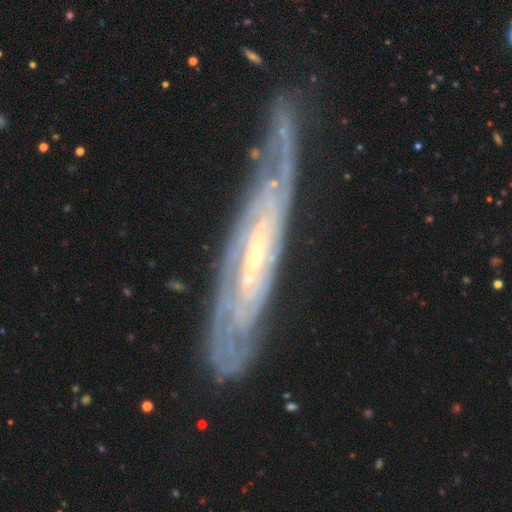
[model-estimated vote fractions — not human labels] smooth-or-featured: featured or disk: 85% | smooth: 8% | star or artifact: 7%
  disk-edge-on: no: 66% | yes: 34%
    bar: weak: 41% | no: 37% | strong: 23%
    has-spiral-arms: yes: 94% | no: 6%
      spiral-winding: tight: 69% | medium: 24% | loose: 6%
      spiral-arm-count: can't tell: 48% | 2: 25% | 3: 9% | 4: 7% | more than 4: 6% | 1: 5%
    bulge-size: small: 70% | moderate: 23% | none: 4% | large: 2% | dominant: 1%
  merging: none: 69% | minor disturbance: 21% | major disturbance: 8% | merger: 2%